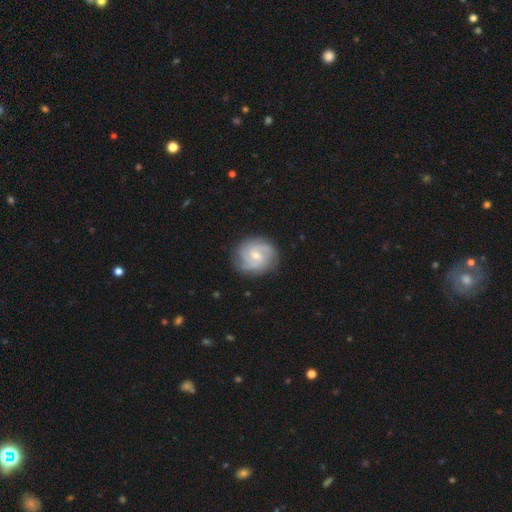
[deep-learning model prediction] featured or disk 82%, smooth 13%, star or artifact 5%. Down the decision tree: edge-on disk — no (98%); bar — weak (47%); spiral arms — yes (96%); spiral arm count — 2 (38%); spiral winding — tight (51%); bulge size — small (51%); merging — none (82%).